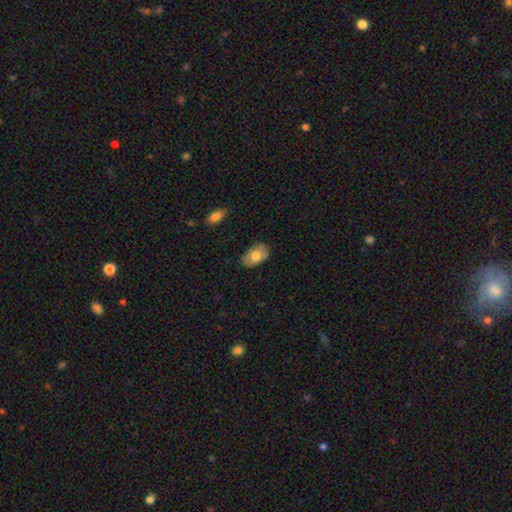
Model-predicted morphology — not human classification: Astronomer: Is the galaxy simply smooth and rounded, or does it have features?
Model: smooth — 72%.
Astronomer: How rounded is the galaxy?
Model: in between — 91%.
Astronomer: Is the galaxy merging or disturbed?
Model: none — 78%.